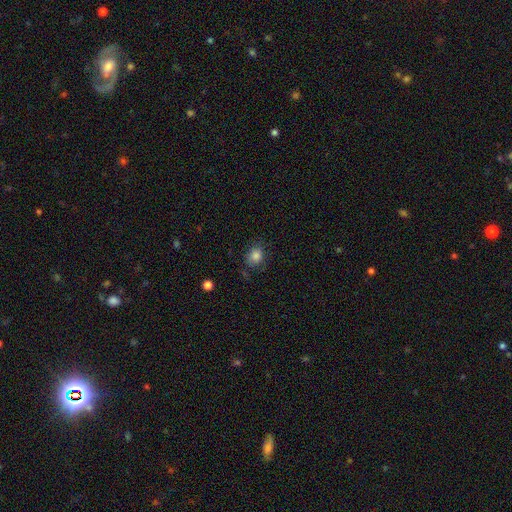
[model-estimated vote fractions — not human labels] A smooth galaxy with no disk features (83%) that is round (64%). Merging: none (77%).